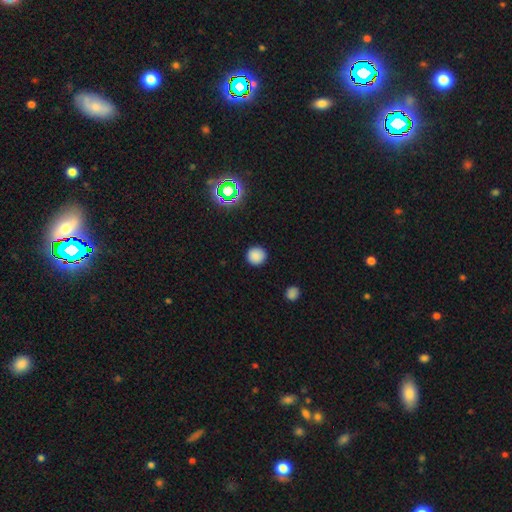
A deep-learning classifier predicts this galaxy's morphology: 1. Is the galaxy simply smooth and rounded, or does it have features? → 84% smooth, 12% star or artifact, 3% featured or disk.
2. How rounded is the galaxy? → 95% round, 4% in between, 1% cigar-shaped.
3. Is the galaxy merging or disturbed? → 92% none, 5% minor disturbance, 2% major disturbance, 1% merger.